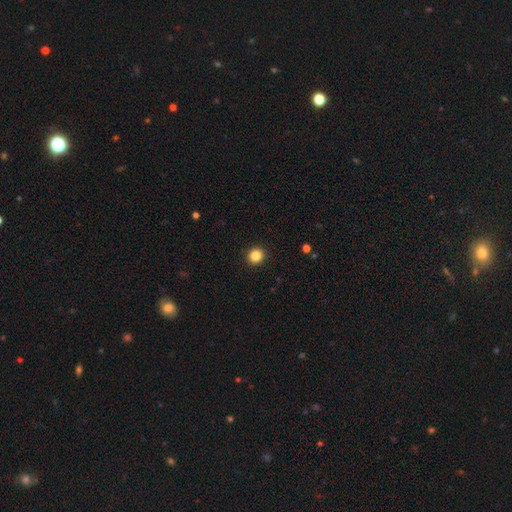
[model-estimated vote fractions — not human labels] Smooth or featured? smooth (85%)
How rounded? round (92%)
Merging? none (93%)